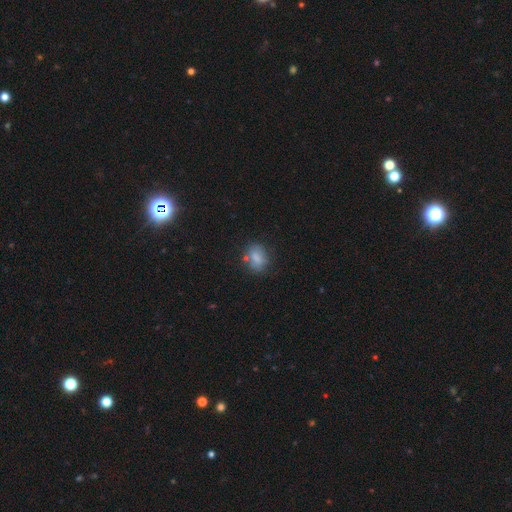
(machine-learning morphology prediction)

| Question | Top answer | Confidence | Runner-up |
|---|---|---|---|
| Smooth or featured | smooth | 76% | featured or disk (13%) |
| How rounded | in between | 70% | round (28%) |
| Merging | none | 69% | minor disturbance (19%) |